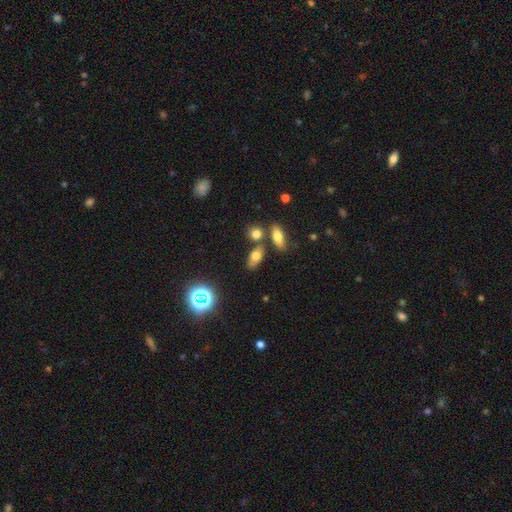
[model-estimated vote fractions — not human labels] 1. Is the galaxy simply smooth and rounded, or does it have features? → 69% smooth, 17% featured or disk, 14% star or artifact.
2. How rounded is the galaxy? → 79% in between, 11% cigar-shaped, 9% round.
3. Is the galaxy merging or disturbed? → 71% none, 15% merger, 11% minor disturbance, 3% major disturbance.